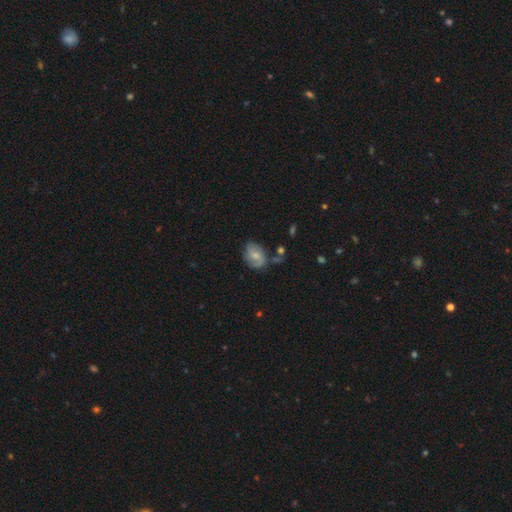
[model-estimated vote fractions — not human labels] Smooth or featured? smooth (47%)
Merging? none (56%)